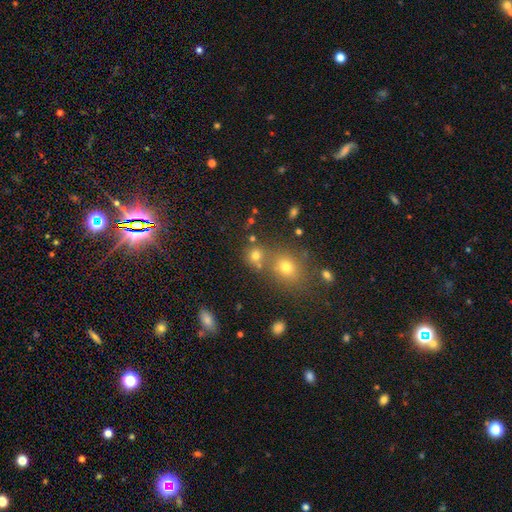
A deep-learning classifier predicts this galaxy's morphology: Smooth or featured: smooth — 72% (star or artifact — 18%)
How rounded: round — 82% (in between — 17%)
Merging: none — 59% (merger — 28%)